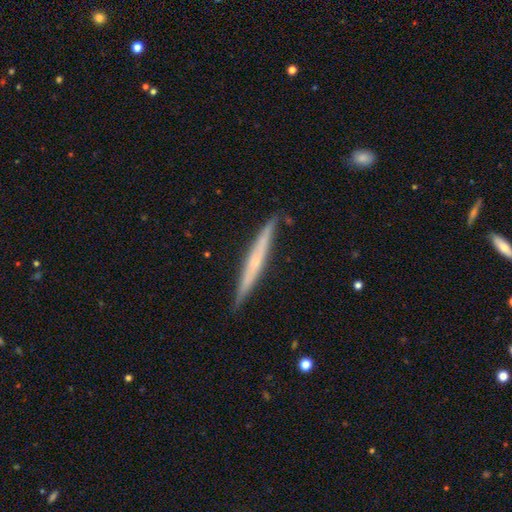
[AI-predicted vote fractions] A featured or disk galaxy (56%) viewed edge-on (96%) with no central bulge (67%).

Vote fractions:
- Smooth or featured? featured or disk: 56% / smooth: 37% / star or artifact: 7%
- Edge-on disk? yes: 96% / no: 4%
- Edge-on bulge? none: 67% / rounded: 28% / boxy: 6%
- Merging? none: 88% / minor disturbance: 10% / major disturbance: 2% / merger: 1%